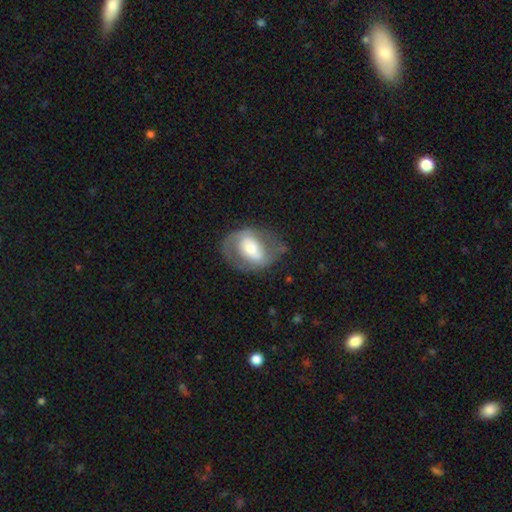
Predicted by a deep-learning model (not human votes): smooth-or-featured: featured or disk: 64% | smooth: 29% | star or artifact: 7%
  disk-edge-on: no: 95% | yes: 5%
    bar: strong: 38% | weak: 35% | no: 27%
    has-spiral-arms: yes: 67% | no: 33%
    bulge-size: moderate: 55% | small: 22% | large: 19% | dominant: 3% | none: 2%
  merging: none: 66% | minor disturbance: 19% | major disturbance: 13% | merger: 2%